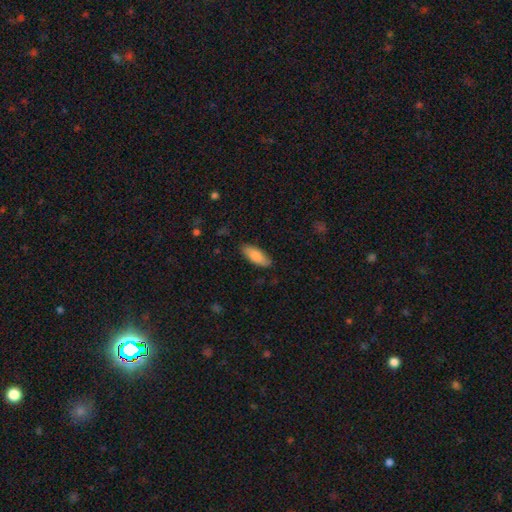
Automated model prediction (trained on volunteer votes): Smooth or featured: smooth — 85% (featured or disk — 9%)
How rounded: in between — 79% (cigar-shaped — 20%)
Merging: none — 86% (minor disturbance — 11%)